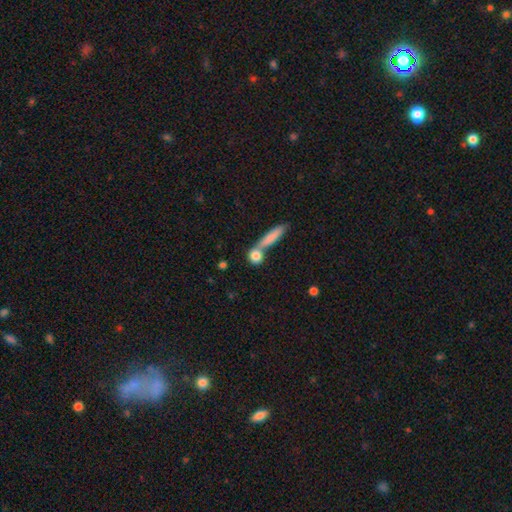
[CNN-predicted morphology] Smooth or featured? Predicted: smooth (p=0.80). How rounded? Predicted: round (p=0.65). Merging? Predicted: none (p=0.55).